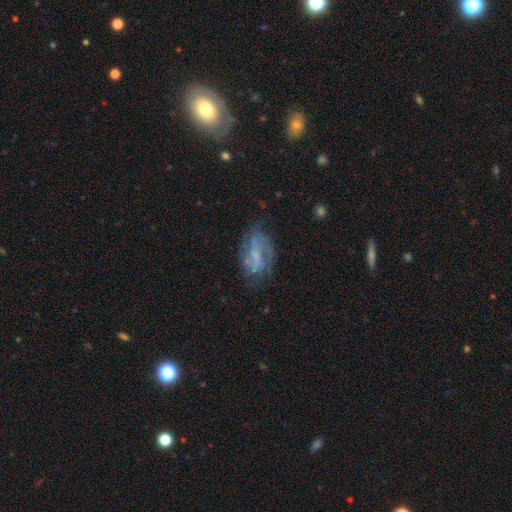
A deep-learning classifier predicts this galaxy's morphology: type=featured or disk (67%); edge-on=no (95%); bar=weak (45%); spiral arms=yes (81%); winding=medium (43%); arm count=2 (50%); bulge=none (47%); merging=none (58%).